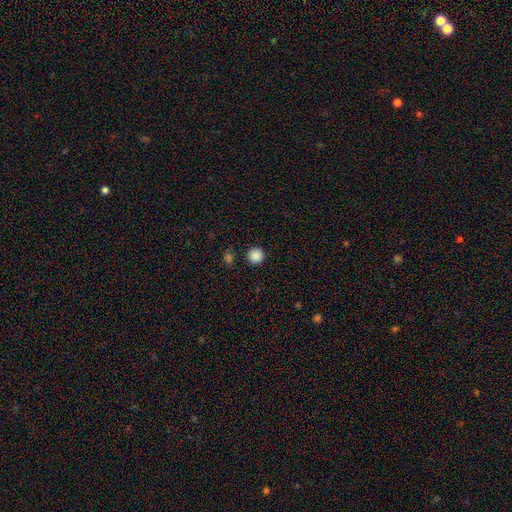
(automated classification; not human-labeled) Smooth or featured?
  - smooth: 87% *
  - star or artifact: 10%
  - featured or disk: 3%
How rounded?
  - round: 96% *
  - in between: 3%
  - cigar-shaped: 1%
Merging?
  - none: 91% *
  - minor disturbance: 5%
  - merger: 2%
  - major disturbance: 2%